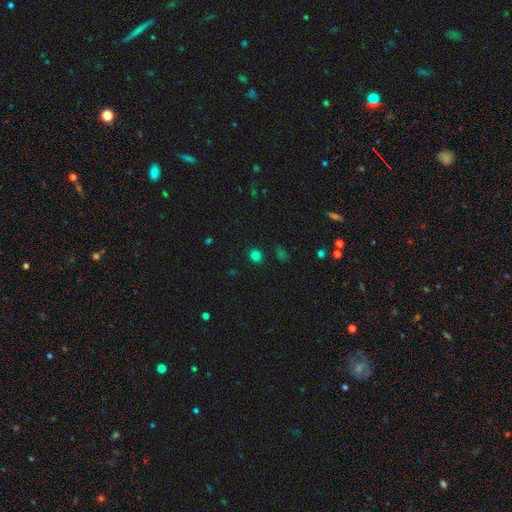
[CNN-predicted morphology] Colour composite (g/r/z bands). It shows a smooth galaxy with no disk features (79%) that is round (85%). Merging: none (90%).